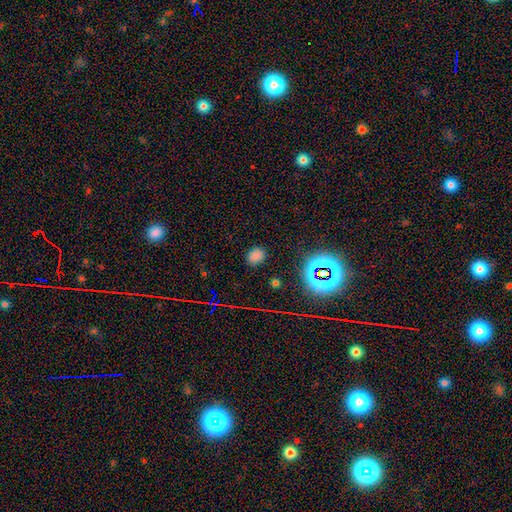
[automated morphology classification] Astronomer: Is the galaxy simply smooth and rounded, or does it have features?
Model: smooth — 70%.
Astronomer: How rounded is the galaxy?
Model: round — 54% (runner-up: in between, 45%).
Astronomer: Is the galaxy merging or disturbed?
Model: none — 86%.